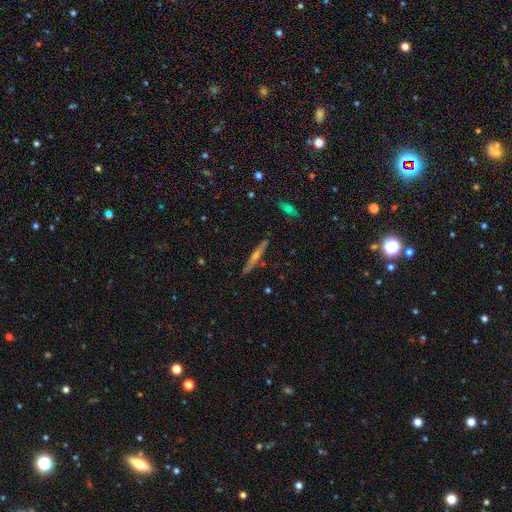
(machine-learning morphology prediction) type=featured or disk (67%); edge-on=yes (97%); edge-on bulge=rounded (74%); merging=none (89%).